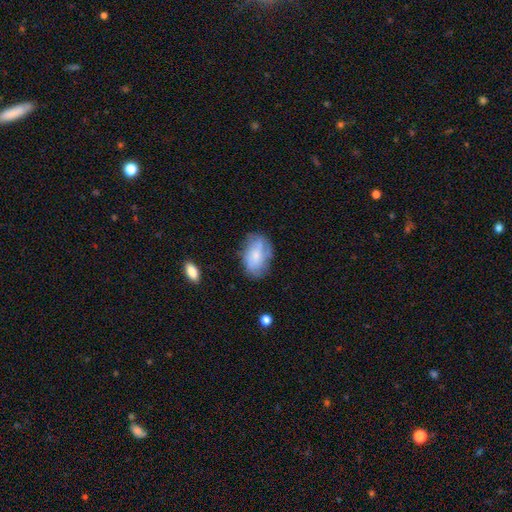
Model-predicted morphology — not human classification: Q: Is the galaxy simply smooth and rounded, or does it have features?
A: smooth — 57%.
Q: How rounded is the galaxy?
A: in between — 86%.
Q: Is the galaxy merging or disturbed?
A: none — 61%.